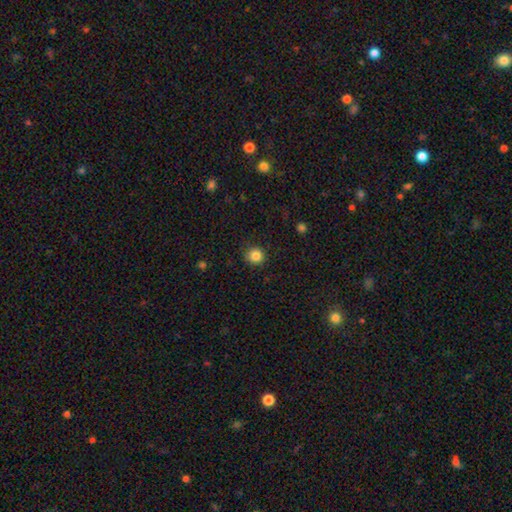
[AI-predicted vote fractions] This appears to be a smooth galaxy with no disk features (85%) that is round (91%). Merging: none (89%).